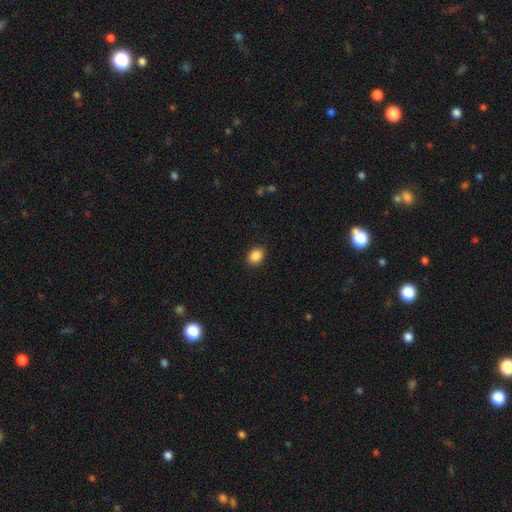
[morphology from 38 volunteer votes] Volunteers were most divided on "how rounded": in between: 53%, round: 47%, cigar-shaped: 0%. More confident: merging — none (97%); smooth or featured — smooth (95%).